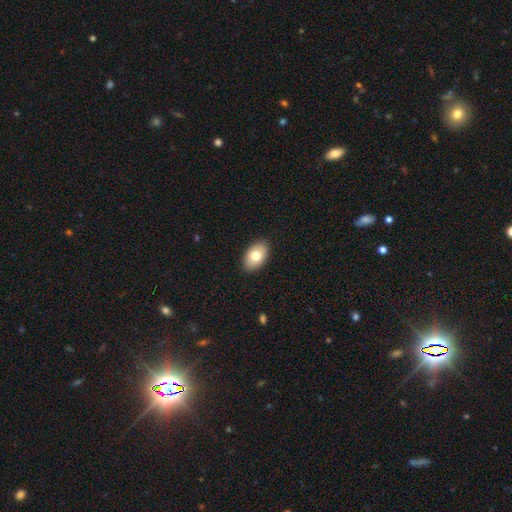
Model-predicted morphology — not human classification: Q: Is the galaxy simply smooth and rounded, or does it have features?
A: smooth — 78%.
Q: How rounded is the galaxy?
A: in between — 92%.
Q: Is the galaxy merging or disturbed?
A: none — 89%.